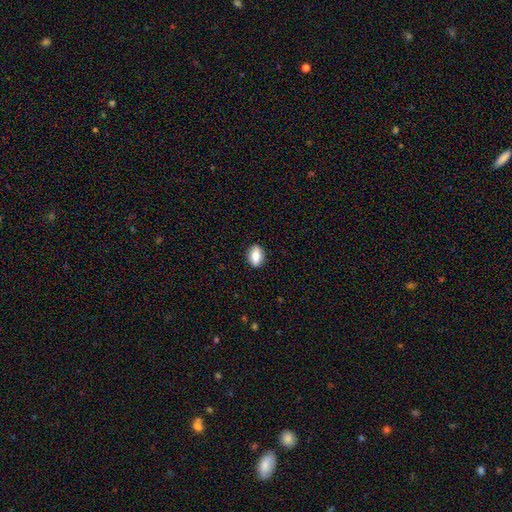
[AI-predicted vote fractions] A smooth galaxy with no disk features (78%) that is in between round and cigar-shaped (83%). Merging: none (89%).